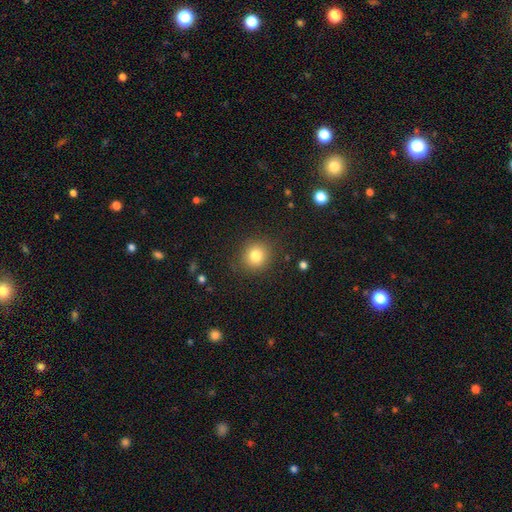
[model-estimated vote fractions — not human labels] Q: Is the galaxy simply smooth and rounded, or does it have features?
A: smooth — 80%.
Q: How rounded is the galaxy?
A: round — 88%.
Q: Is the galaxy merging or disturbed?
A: none — 87%.